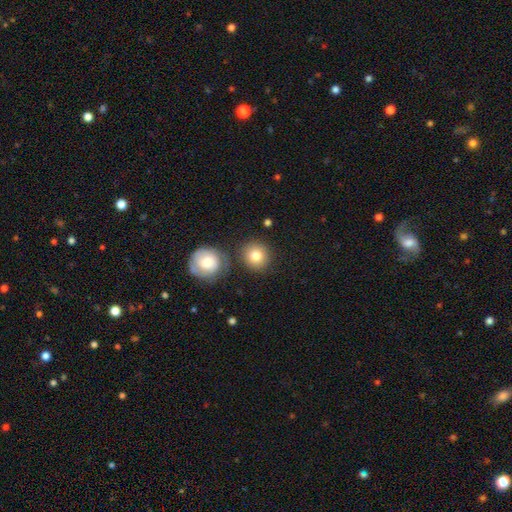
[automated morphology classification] Overall: smooth (81%). How rounded: round (90%). Merging: none (77%).